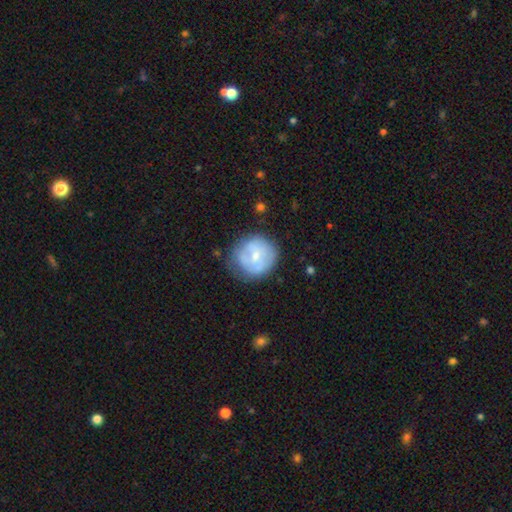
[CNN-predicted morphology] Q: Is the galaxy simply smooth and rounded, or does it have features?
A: smooth — 52%.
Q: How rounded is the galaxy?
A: round — 89%.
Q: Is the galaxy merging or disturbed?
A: none — 61%.